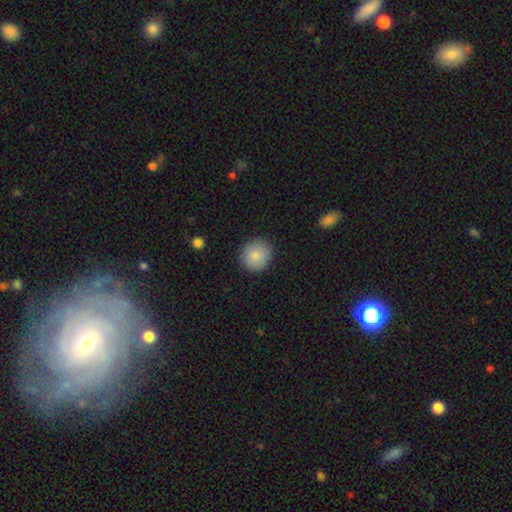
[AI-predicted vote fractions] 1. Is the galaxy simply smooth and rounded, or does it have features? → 85% smooth, 8% featured or disk, 7% star or artifact.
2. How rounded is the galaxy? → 84% round, 15% in between, 1% cigar-shaped.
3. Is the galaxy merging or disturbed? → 88% none, 9% minor disturbance, 2% major disturbance, 1% merger.